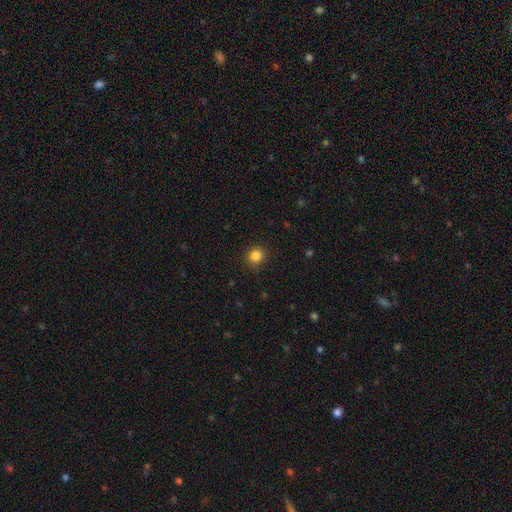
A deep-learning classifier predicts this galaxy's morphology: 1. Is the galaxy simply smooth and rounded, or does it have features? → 84% smooth, 12% star or artifact, 4% featured or disk.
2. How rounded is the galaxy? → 92% round, 7% in between, 1% cigar-shaped.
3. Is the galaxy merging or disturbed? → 90% none, 7% minor disturbance, 2% major disturbance, 1% merger.